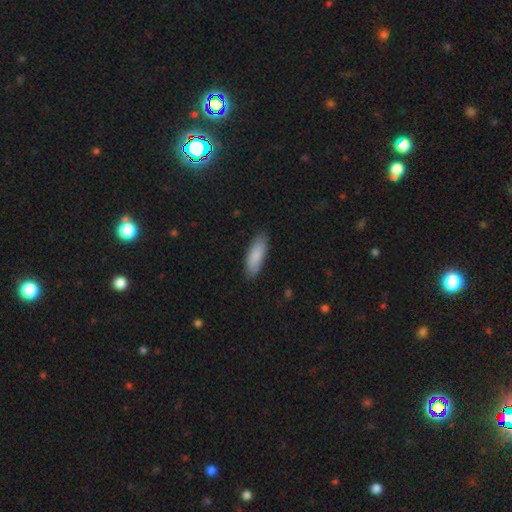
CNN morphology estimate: A smooth galaxy with no disk features (87%) that is in between round and cigar-shaped (61%). Merging: none (85%).